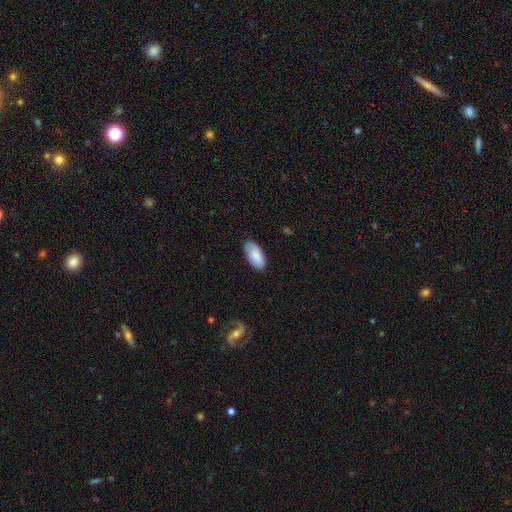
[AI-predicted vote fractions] This is clearly a smooth galaxy (87%). How rounded: clearly in between (92%). Merging: clearly none (83%).